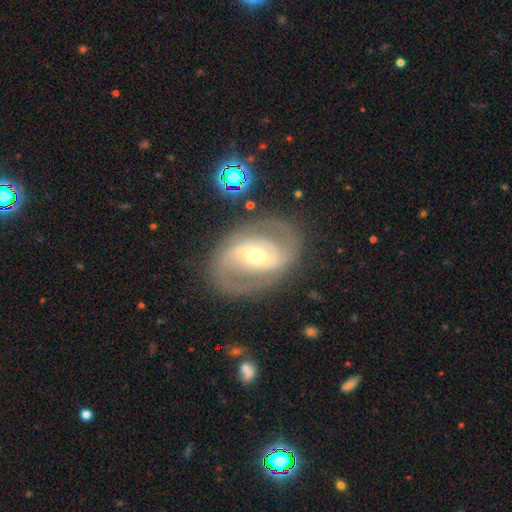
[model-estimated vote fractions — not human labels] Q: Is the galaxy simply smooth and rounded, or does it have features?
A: featured or disk — 78%.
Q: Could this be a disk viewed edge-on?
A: no — 95%.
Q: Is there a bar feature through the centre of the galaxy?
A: weak — 39%.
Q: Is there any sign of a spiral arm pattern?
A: yes — 73%.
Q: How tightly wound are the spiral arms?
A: medium — 45%.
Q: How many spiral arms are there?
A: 2 — 80%.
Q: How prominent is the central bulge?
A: moderate — 59%.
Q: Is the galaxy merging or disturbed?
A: none — 77%.